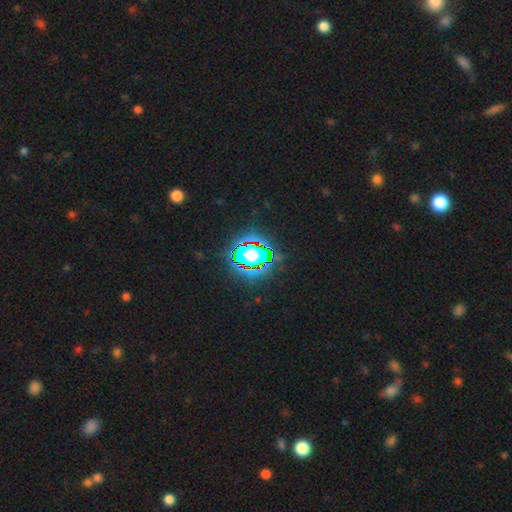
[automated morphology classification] smooth-or-featured: star or artifact: 78% | smooth: 13% | featured or disk: 9%